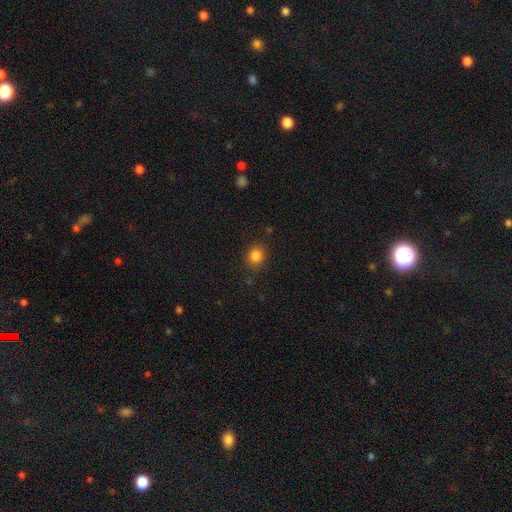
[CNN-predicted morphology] This appears to be a smooth galaxy with no disk features (84%) that is round (76%). Merging: none (85%).